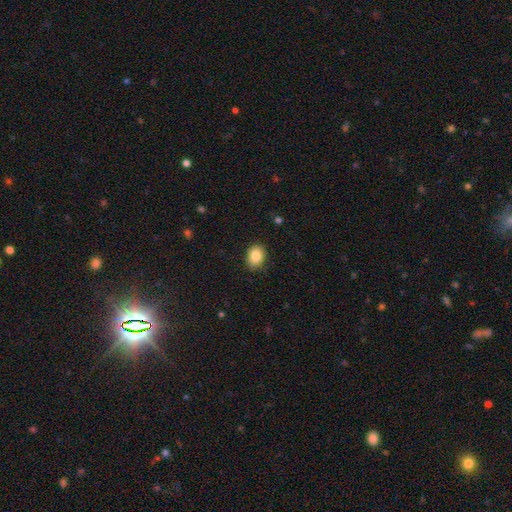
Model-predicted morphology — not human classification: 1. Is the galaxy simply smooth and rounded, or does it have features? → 85% smooth, 8% star or artifact, 7% featured or disk.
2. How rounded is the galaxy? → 70% in between, 29% round, 1% cigar-shaped.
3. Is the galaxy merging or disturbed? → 86% none, 11% minor disturbance, 2% major disturbance, 1% merger.